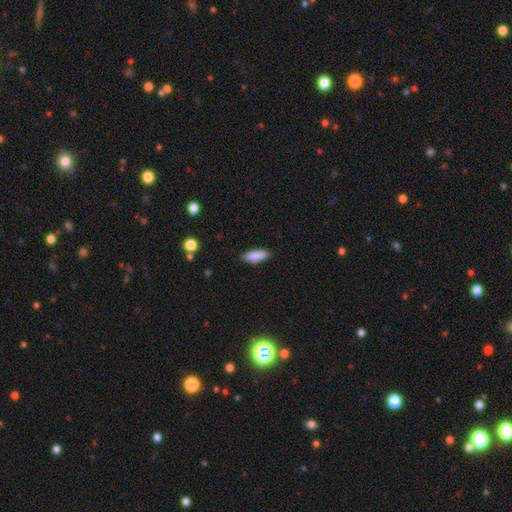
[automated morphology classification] The model was most divided on "how rounded": in between: 72%, cigar-shaped: 27%, round: 2%. More confident: smooth or featured — smooth (88%); merging — none (84%).